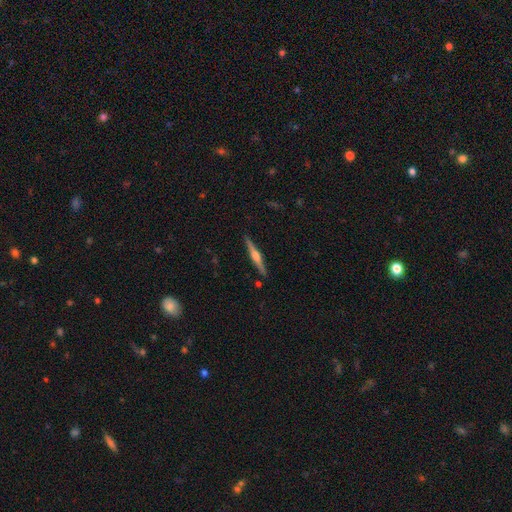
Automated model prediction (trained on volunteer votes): Smooth or featured: featured or disk — 75% (smooth — 19%)
Edge-on disk: yes — 98% (no — 2%)
Edge-on bulge: rounded — 89% (boxy — 7%)
Merging: none — 91% (minor disturbance — 7%)